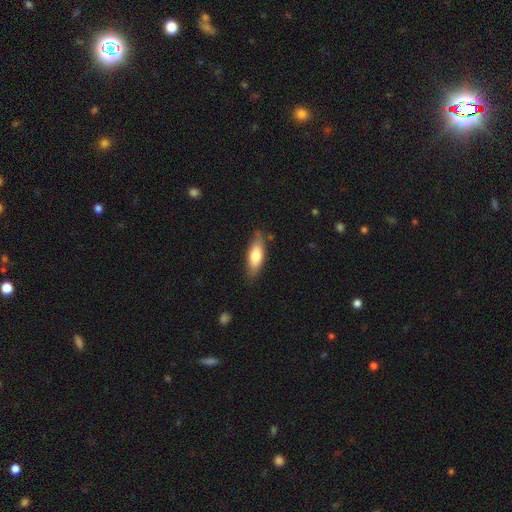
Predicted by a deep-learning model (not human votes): smooth 73%, featured or disk 21%, star or artifact 6%. Down the decision tree: how rounded — in between (64%); merging — none (78%).